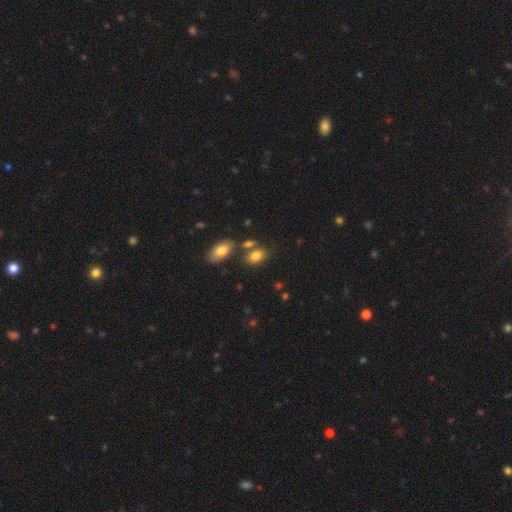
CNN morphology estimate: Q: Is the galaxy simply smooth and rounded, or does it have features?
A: smooth — 82%.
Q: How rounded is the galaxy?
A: in between — 86%.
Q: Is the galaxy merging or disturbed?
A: none — 59%.